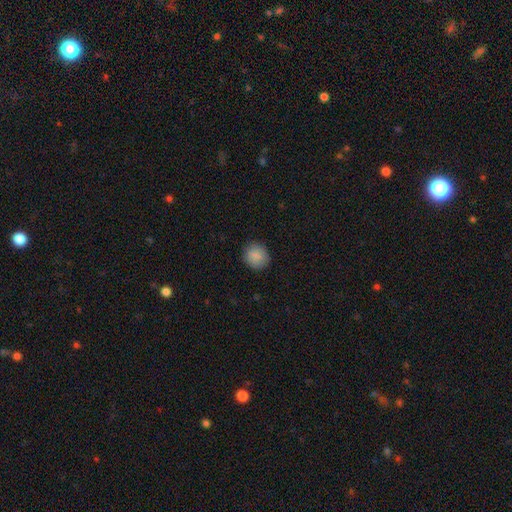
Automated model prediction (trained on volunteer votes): A smooth galaxy with no disk features (88%) that is round (87%).

Vote fractions:
- Smooth or featured? smooth: 88% / star or artifact: 8% / featured or disk: 4%
- How rounded? round: 87% / in between: 12% / cigar-shaped: 1%
- Merging? none: 89% / minor disturbance: 8% / major disturbance: 2% / merger: 1%